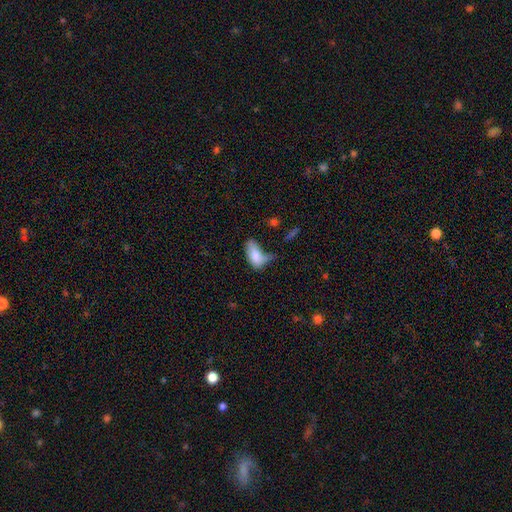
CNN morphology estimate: Smooth or featured?
  - smooth: 79% *
  - featured or disk: 13%
  - star or artifact: 8%
How rounded?
  - in between: 90% *
  - cigar-shaped: 6%
  - round: 4%
Merging?
  - minor disturbance: 32% *
  - none: 28%
  - major disturbance: 27%
  - merger: 13%